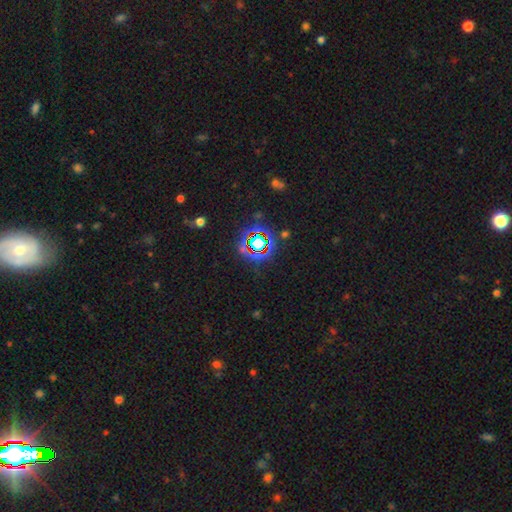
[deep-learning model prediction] This appears to be a star or artifact, not a galaxy (76%).